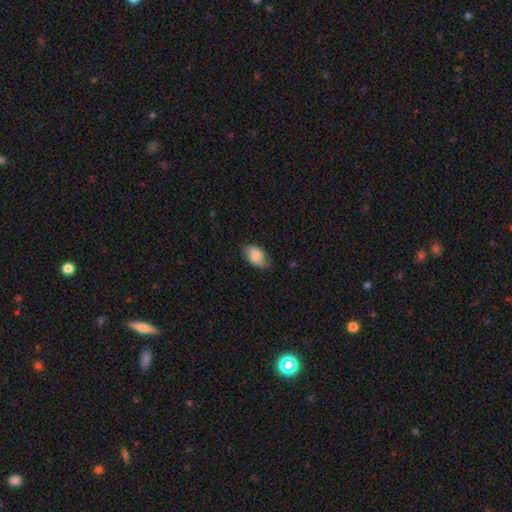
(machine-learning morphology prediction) Smooth or featured?
  - smooth: 79% *
  - featured or disk: 14%
  - star or artifact: 7%
How rounded?
  - in between: 90% *
  - round: 9%
  - cigar-shaped: 1%
Merging?
  - none: 75% *
  - minor disturbance: 21%
  - major disturbance: 3%
  - merger: 1%